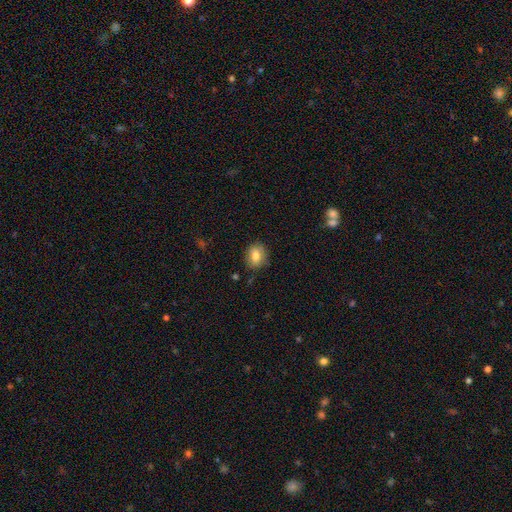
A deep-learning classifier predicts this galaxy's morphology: A smooth galaxy with no disk features (79%) that is round (50%).

Vote fractions:
- Smooth or featured? smooth: 79% / featured or disk: 12% / star or artifact: 9%
- How rounded? round: 50% / in between: 48% / cigar-shaped: 1%
- Merging? none: 82% / minor disturbance: 14% / major disturbance: 3% / merger: 2%